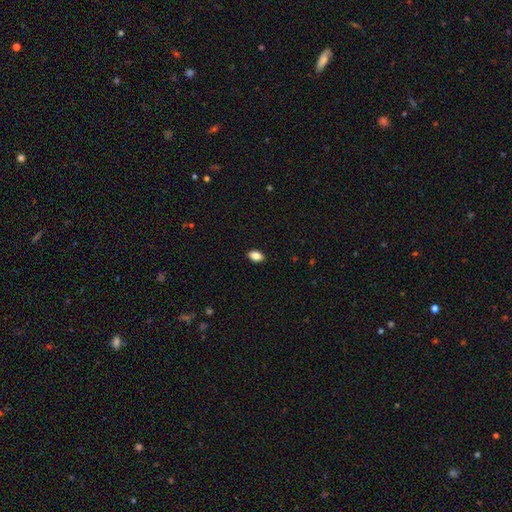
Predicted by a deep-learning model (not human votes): smooth-or-featured: smooth: 85% | star or artifact: 9% | featured or disk: 7%
  how-rounded: in between: 89% | round: 9% | cigar-shaped: 3%
  merging: none: 89% | minor disturbance: 8% | major disturbance: 2% | merger: 1%